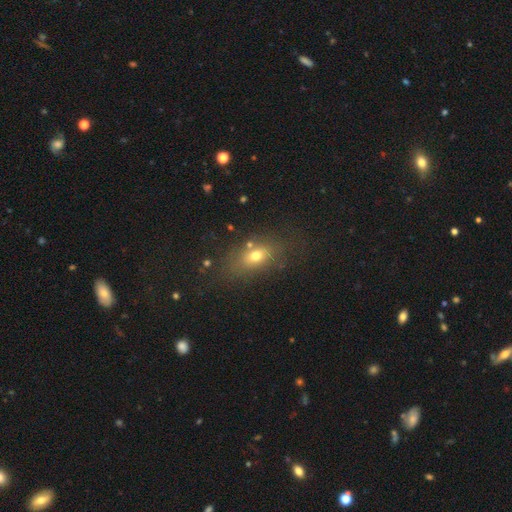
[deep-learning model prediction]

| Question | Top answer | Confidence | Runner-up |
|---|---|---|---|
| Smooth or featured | smooth | 70% | featured or disk (16%) |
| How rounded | in between | 75% | round (20%) |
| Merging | none | 72% | minor disturbance (15%) |